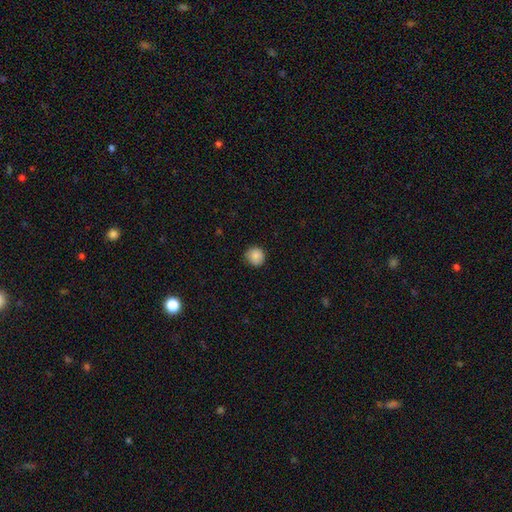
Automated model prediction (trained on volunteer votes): Q: Smooth or featured?
A: smooth (86%); runner-up: star or artifact (9%)
Q: How rounded?
A: round (92%); runner-up: in between (7%)
Q: Merging?
A: none (83%); runner-up: minor disturbance (14%)